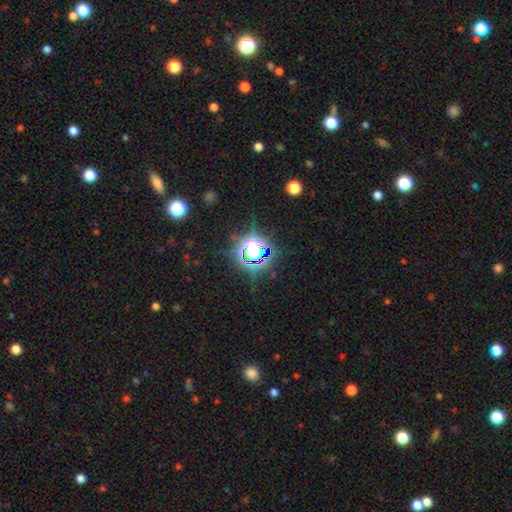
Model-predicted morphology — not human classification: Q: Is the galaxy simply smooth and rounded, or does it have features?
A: star or artifact — 73%.